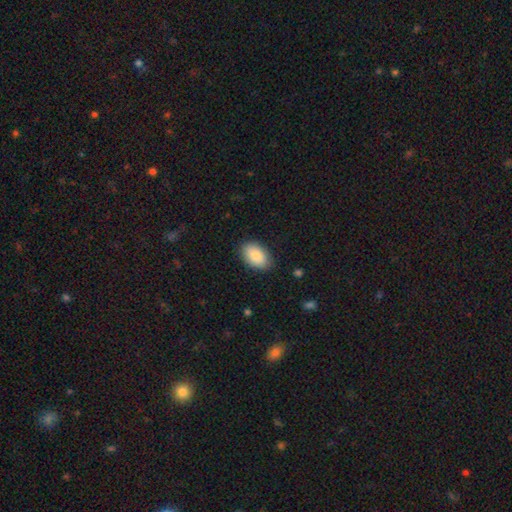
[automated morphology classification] type=smooth (86%); roundness=in between (91%); merging=none (85%).